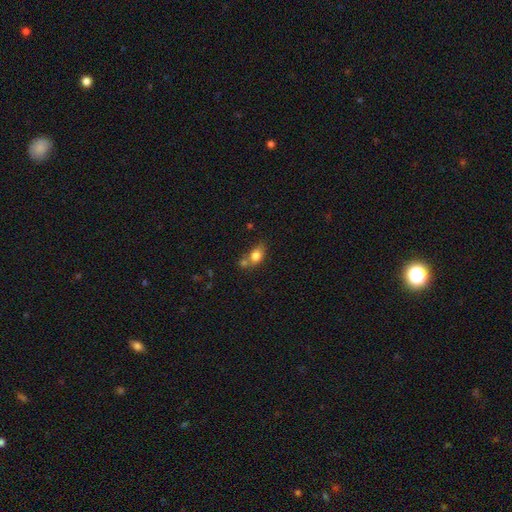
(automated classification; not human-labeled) Overall: smooth (78%). How rounded: in between (64%; round 33%). Merging: none (41%; merger 36%).